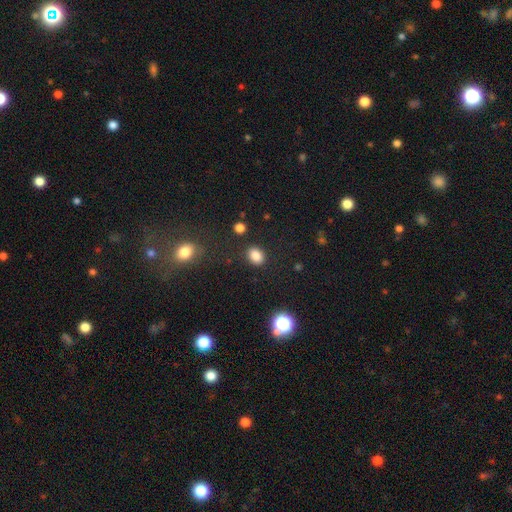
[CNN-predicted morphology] This is clearly a smooth galaxy (83%). How rounded: possibly in between (56%). Merging: clearly none (86%).